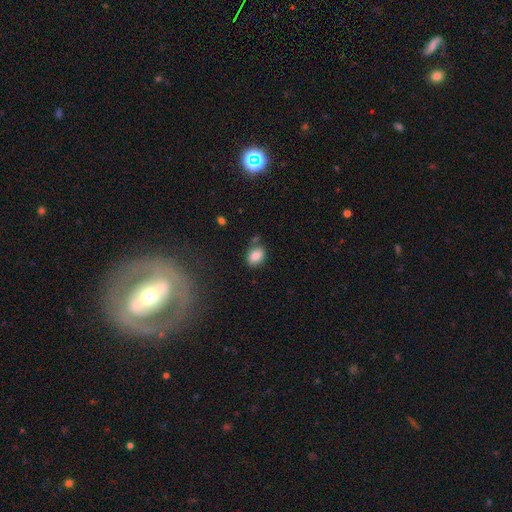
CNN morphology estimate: smooth 86%, star or artifact 9%, featured or disk 5%. Down the decision tree: how rounded — in between (71%); merging — none (69%).